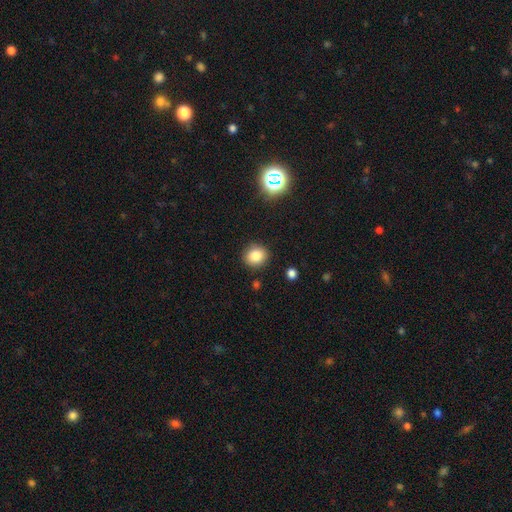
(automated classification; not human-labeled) smooth 83%, star or artifact 11%, featured or disk 6%. Down the decision tree: how rounded — round (78%); merging — none (87%).